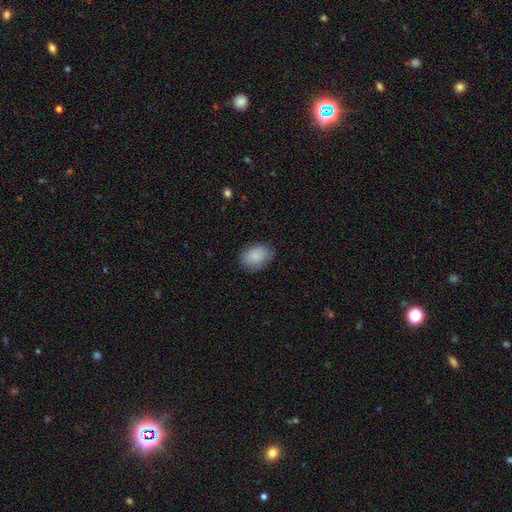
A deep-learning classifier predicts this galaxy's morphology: smooth-or-featured: smooth: 87% | star or artifact: 7% | featured or disk: 6%
  how-rounded: in between: 77% | round: 22% | cigar-shaped: 1%
  merging: none: 83% | minor disturbance: 13% | major disturbance: 3% | merger: 1%